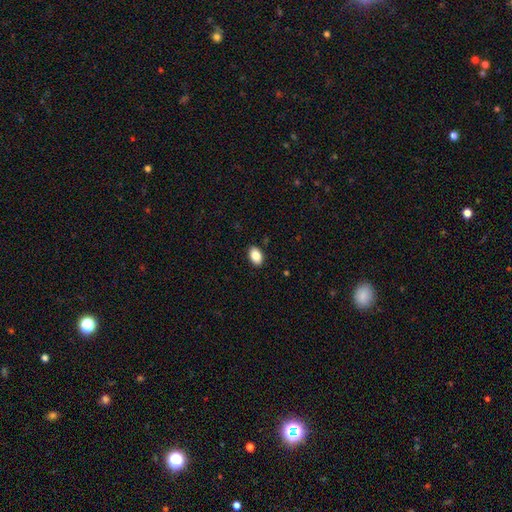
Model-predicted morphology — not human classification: smooth_or_featured: smooth (p=0.86) [alt: star or artifact p=0.08]
how_rounded: in between (p=0.89) [alt: round p=0.10]
merging: none (p=0.89) [alt: minor disturbance p=0.08]